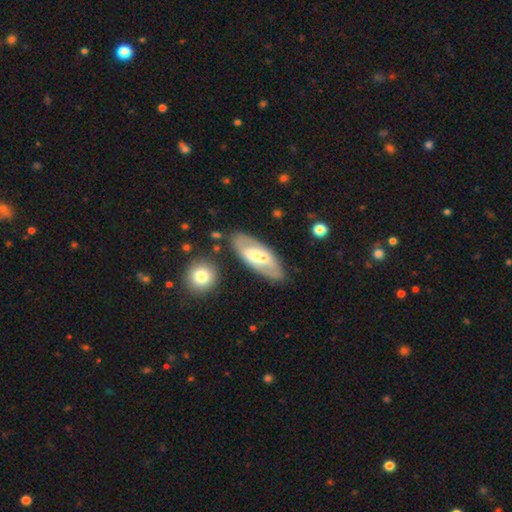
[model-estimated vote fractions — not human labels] Smooth or featured? Predicted: featured or disk (p=0.59). Edge-on disk? Predicted: no (p=0.84). Merging? Predicted: none (p=0.75).